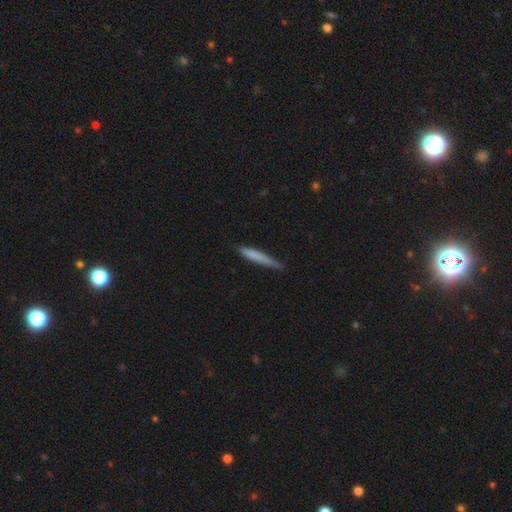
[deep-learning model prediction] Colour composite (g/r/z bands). It shows a smooth galaxy with no disk features (74%) that is cigar-shaped (95%). Merging: none (74%).